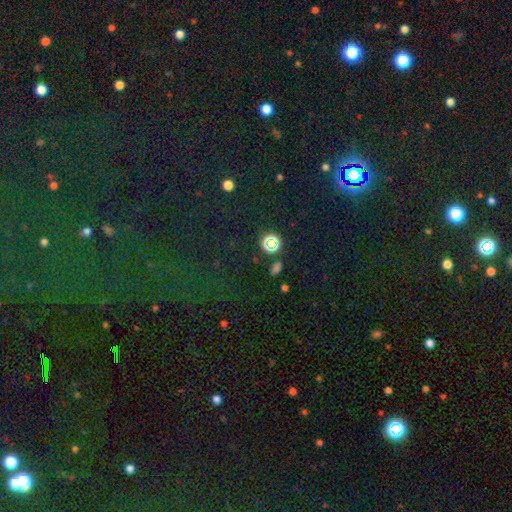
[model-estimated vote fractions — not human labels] Smooth or featured: star or artifact — 73% (smooth — 19%)